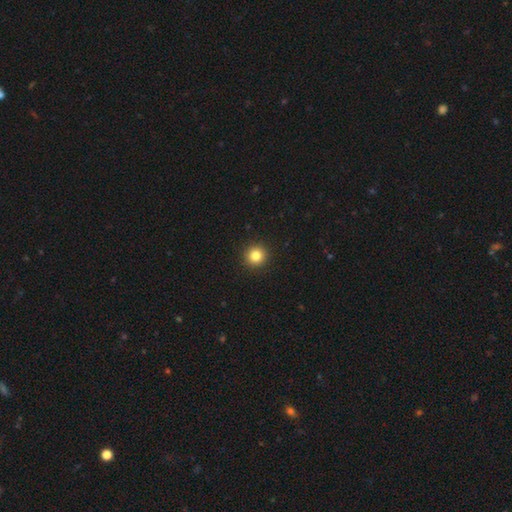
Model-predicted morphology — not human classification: A smooth galaxy with no disk features (83%) that is round (95%). Merging: none (93%).